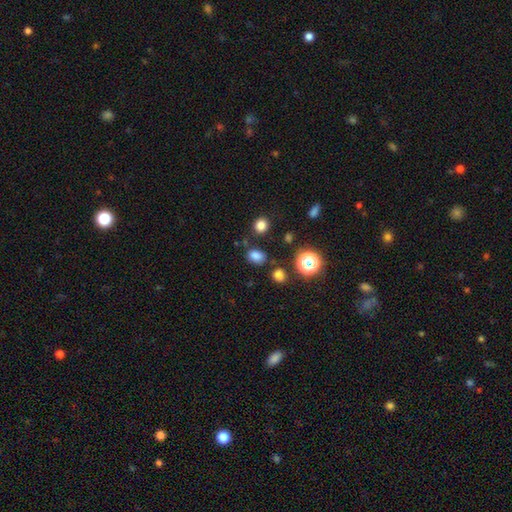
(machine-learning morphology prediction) Q: Smooth or featured?
A: smooth (77%); runner-up: star or artifact (18%)
Q: How rounded?
A: in between (60%); runner-up: round (39%)
Q: Merging?
A: none (76%); runner-up: minor disturbance (13%)